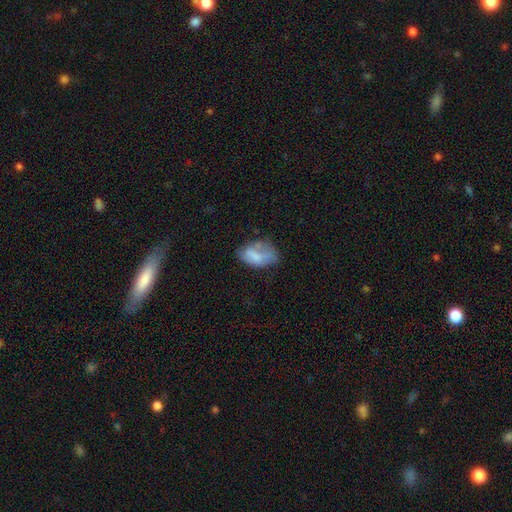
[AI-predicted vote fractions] Morphology: type=smooth (67%); roundness=in between (90%); merging=none (37%).